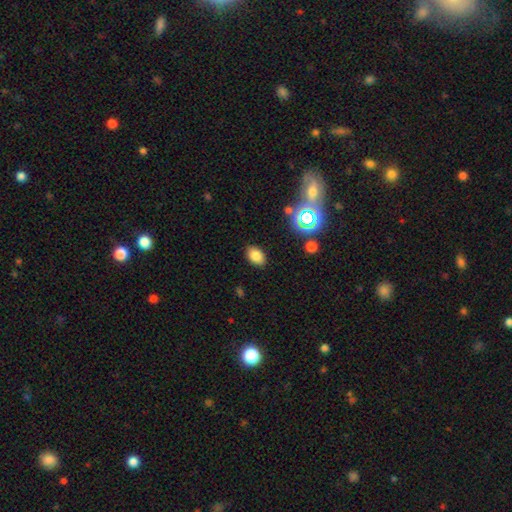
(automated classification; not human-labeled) smooth 80%, star or artifact 13%, featured or disk 7%. Down the decision tree: how rounded — in between (85%); merging — none (87%).